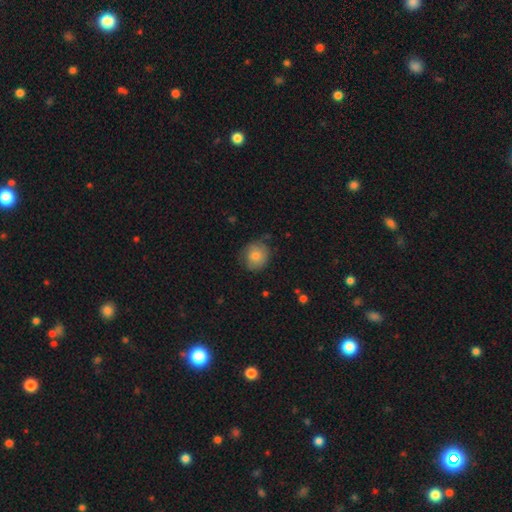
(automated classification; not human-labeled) Overall: smooth (75%). How rounded: round (81%). Merging: none (72%).